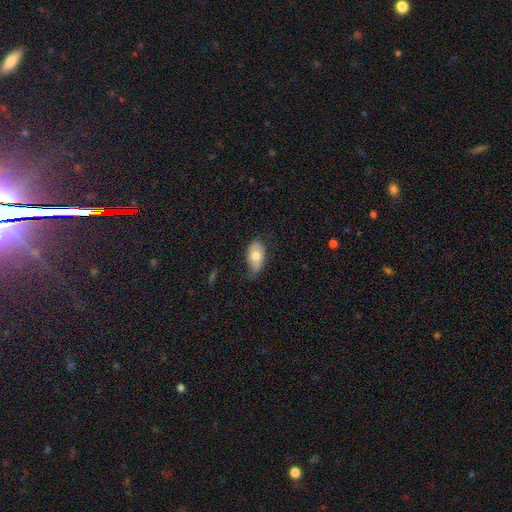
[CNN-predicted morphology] Q: Smooth or featured?
A: smooth (68%); runner-up: featured or disk (25%)
Q: How rounded?
A: in between (92%); runner-up: round (6%)
Q: Merging?
A: none (53%); runner-up: minor disturbance (36%)